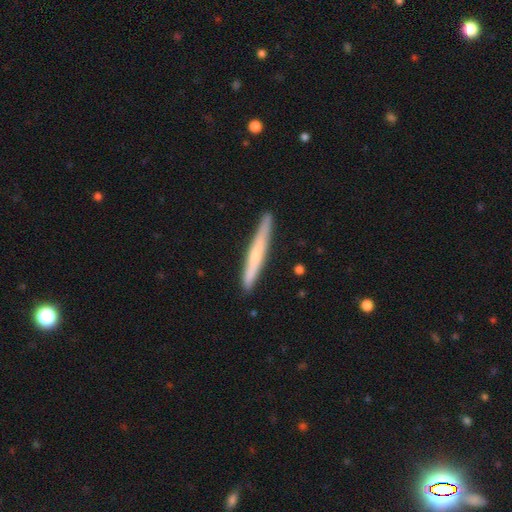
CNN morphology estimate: Smooth or featured?
  - smooth: 52% *
  - featured or disk: 42%
  - star or artifact: 6%
How rounded?
  - cigar-shaped: 97% *
  - in between: 2%
  - round: 1%
Merging?
  - none: 88% *
  - minor disturbance: 9%
  - major disturbance: 1%
  - merger: 1%